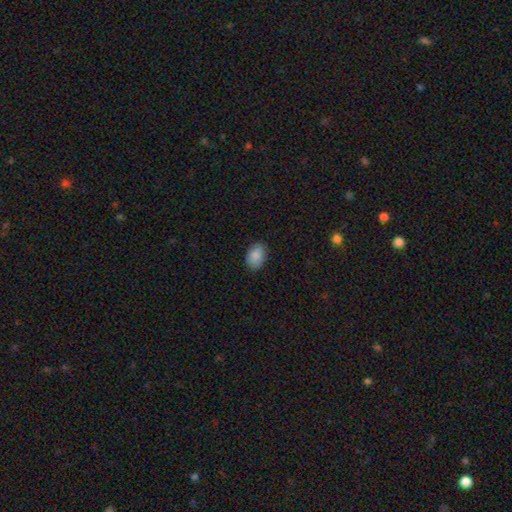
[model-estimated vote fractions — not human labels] This appears to be a smooth galaxy with no disk features (88%) that is in between round and cigar-shaped (83%). Merging: none (85%).